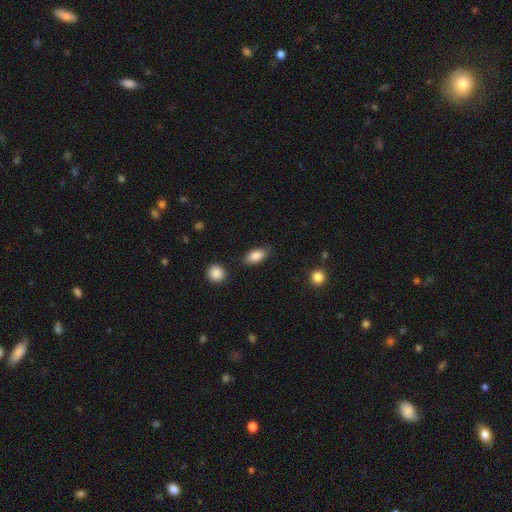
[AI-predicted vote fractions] Smooth or featured?
  - smooth: 86% *
  - featured or disk: 7%
  - star or artifact: 7%
How rounded?
  - in between: 88% *
  - cigar-shaped: 8%
  - round: 5%
Merging?
  - none: 82% *
  - minor disturbance: 13%
  - major disturbance: 3%
  - merger: 2%